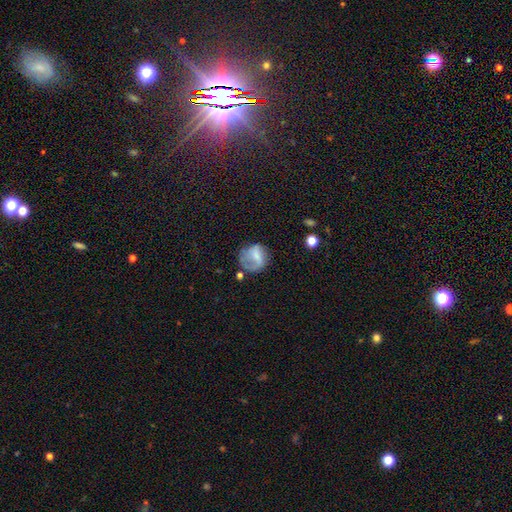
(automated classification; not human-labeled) smooth-or-featured: smooth: 53% | featured or disk: 38% | star or artifact: 9%
  how-rounded: round: 77% | in between: 22% | cigar-shaped: 1%
  merging: none: 48% | minor disturbance: 25% | major disturbance: 23% | merger: 4%